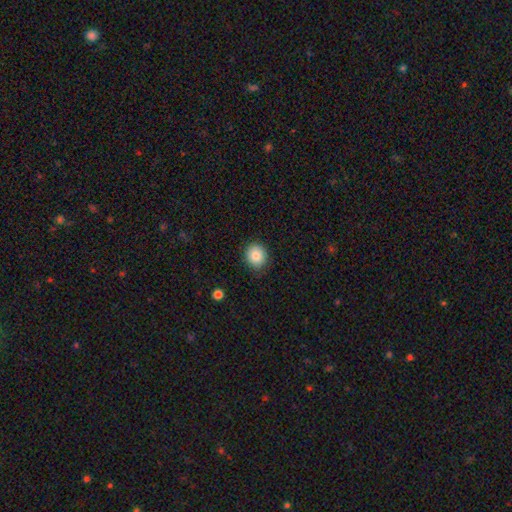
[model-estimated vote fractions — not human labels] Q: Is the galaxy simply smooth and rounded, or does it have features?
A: smooth — 85%.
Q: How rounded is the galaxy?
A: round — 75%.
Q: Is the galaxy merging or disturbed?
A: none — 84%.